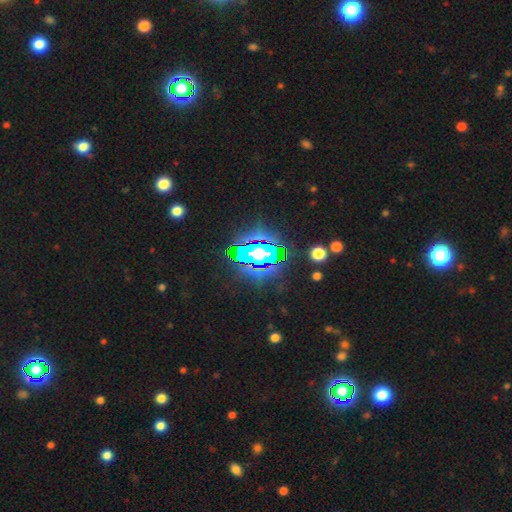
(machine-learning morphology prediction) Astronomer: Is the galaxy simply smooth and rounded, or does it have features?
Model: star or artifact — 58%.